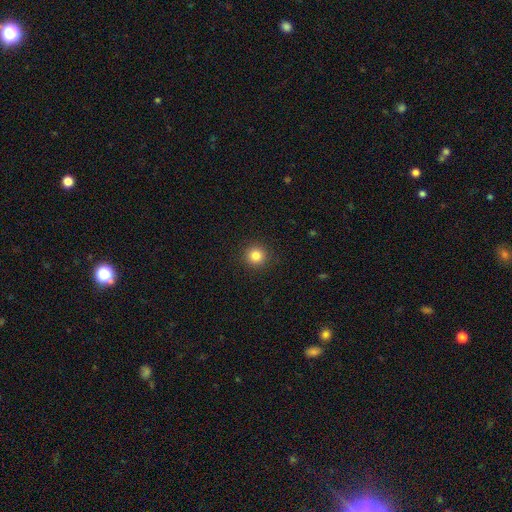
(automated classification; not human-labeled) Smooth or featured? smooth (84%)
How rounded? round (95%)
Merging? none (92%)